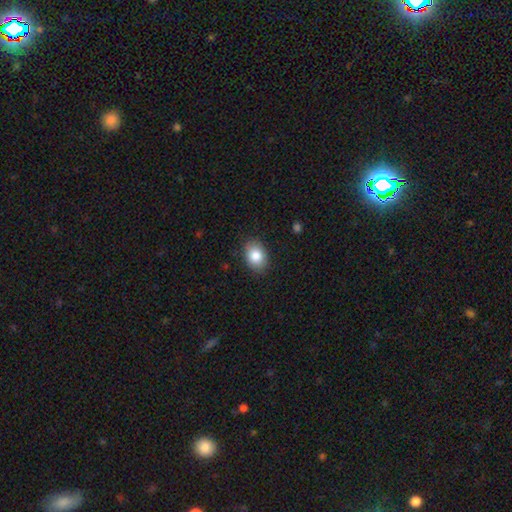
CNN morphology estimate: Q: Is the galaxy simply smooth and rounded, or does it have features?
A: smooth — 84%.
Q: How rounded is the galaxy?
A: in between — 73%.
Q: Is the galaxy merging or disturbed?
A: none — 86%.